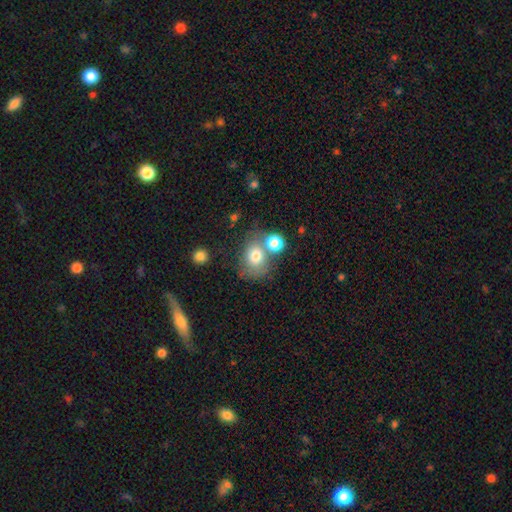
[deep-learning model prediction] Morphology: type=smooth (74%); roundness=round (61%); merging=none (47%).